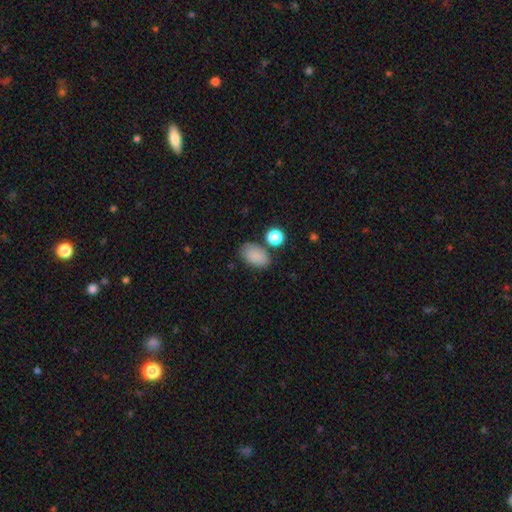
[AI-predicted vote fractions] smooth-or-featured: smooth: 85% | star or artifact: 10% | featured or disk: 5%
  how-rounded: in between: 88% | round: 10% | cigar-shaped: 1%
  merging: none: 73% | minor disturbance: 15% | merger: 8% | major disturbance: 5%